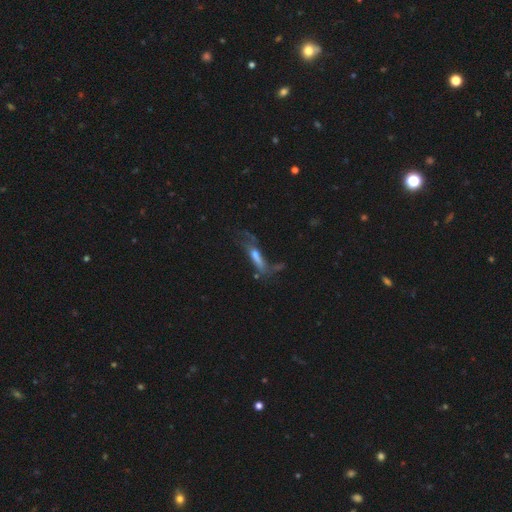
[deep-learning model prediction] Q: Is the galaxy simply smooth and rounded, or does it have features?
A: featured or disk — 56%.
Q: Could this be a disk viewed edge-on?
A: yes — 56%.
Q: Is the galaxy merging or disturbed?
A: none — 41%.